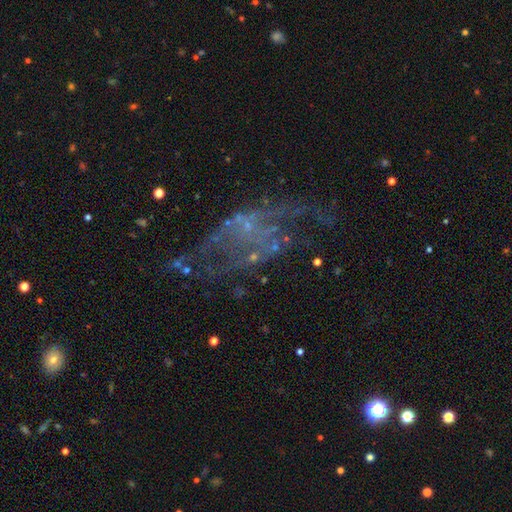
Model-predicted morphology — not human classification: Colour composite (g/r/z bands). It shows a featured or disk galaxy (68%) with no bar (85%), no spiral arms (62%) and no central bulge (64%). Merging: none (44%).